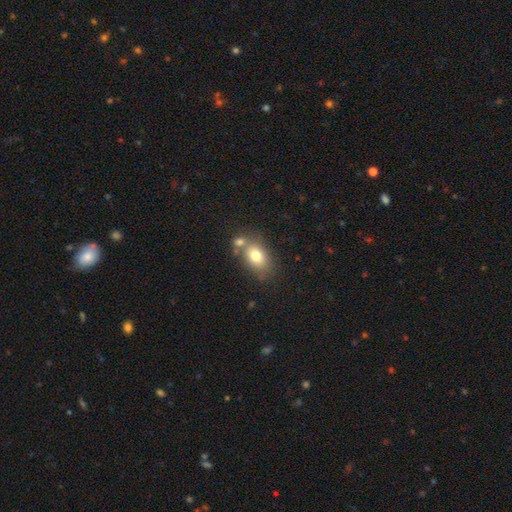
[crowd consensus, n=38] Q: Smooth or featured?
A: smooth (82%); runner-up: featured or disk (11%)
Q: How rounded?
A: in between (74%); runner-up: round (26%)
Q: Merging?
A: none (43%); runner-up: merger (40%)